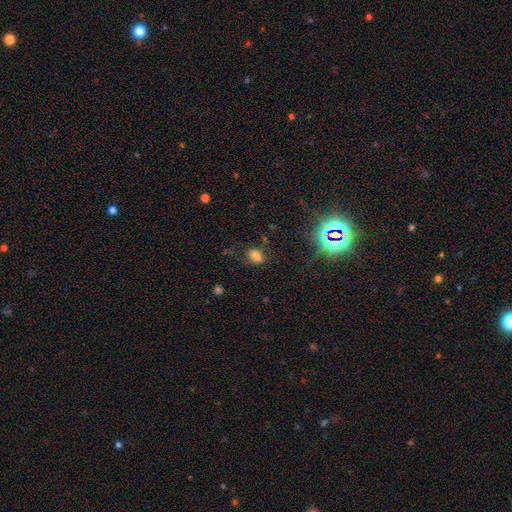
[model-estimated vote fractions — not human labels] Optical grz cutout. It shows a smooth galaxy with no disk features (72%) that is in between round and cigar-shaped (81%). Merging: none (68%).